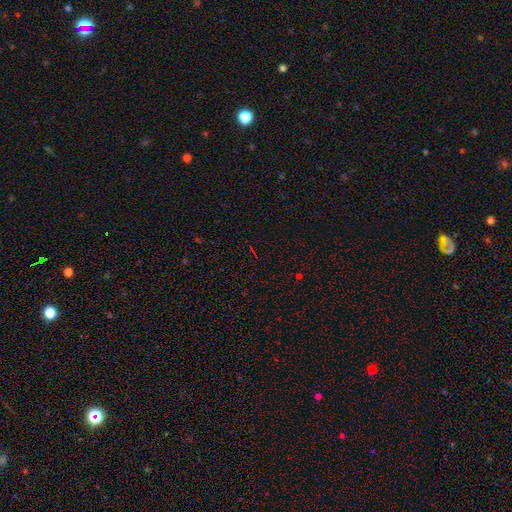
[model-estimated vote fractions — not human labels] A star or artifact, not a galaxy (75%).